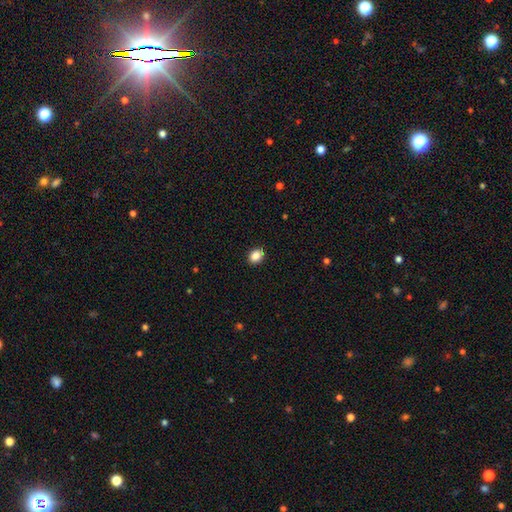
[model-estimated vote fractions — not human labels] Overall: smooth (87%). How rounded: in between (54%; round 45%). Merging: none (89%).